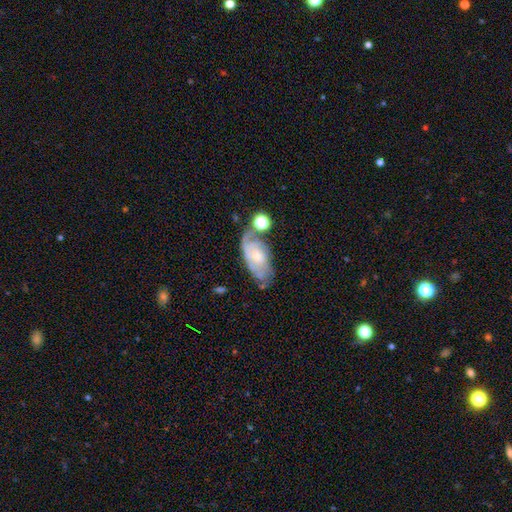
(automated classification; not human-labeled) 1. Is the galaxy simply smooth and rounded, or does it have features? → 67% featured or disk, 25% smooth, 8% star or artifact.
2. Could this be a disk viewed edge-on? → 93% no, 7% yes.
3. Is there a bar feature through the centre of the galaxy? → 69% no, 26% weak, 4% strong.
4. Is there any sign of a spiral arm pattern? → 85% yes, 15% no.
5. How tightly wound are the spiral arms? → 47% tight, 38% medium, 15% loose.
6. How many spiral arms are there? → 37% can't tell, 35% 2, 16% 1, 8% 3, 3% 4, 2% more than 4.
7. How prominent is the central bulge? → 51% small, 33% moderate, 10% none, 5% large, 2% dominant.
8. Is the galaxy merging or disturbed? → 45% none, 25% minor disturbance, 16% major disturbance, 13% merger.